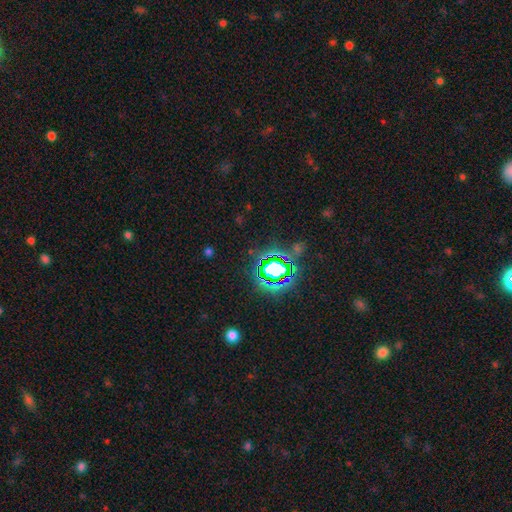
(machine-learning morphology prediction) Overall: star or artifact (81%).